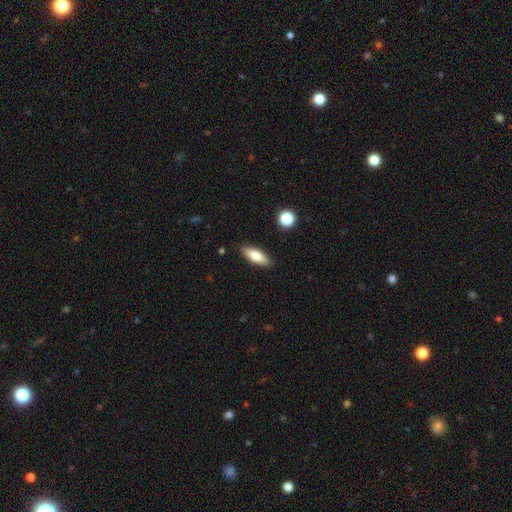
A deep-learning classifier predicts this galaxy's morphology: smooth-or-featured: smooth: 74% | featured or disk: 20% | star or artifact: 6%
  how-rounded: in between: 63% | cigar-shaped: 35% | round: 2%
  merging: none: 88% | minor disturbance: 8% | major disturbance: 2% | merger: 1%